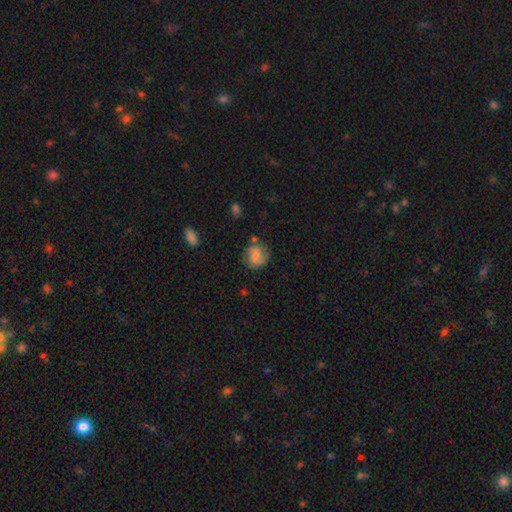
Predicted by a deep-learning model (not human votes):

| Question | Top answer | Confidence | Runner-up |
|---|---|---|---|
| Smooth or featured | featured or disk | 46% | tied: smooth (46%) |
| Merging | none | 65% | minor disturbance (21%) |